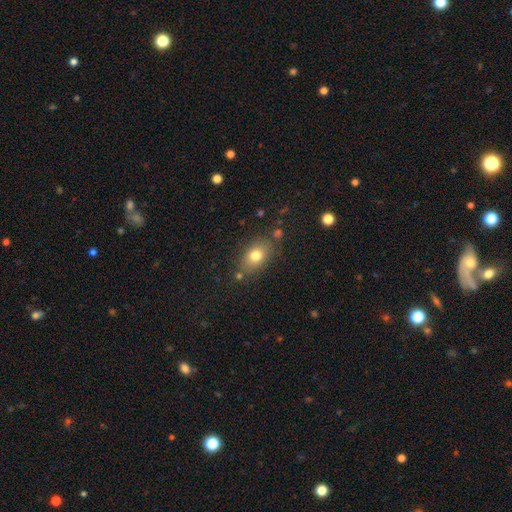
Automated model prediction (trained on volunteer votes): This appears to be a smooth galaxy with no disk features (77%) that is in between round and cigar-shaped (77%). Merging: none (77%).